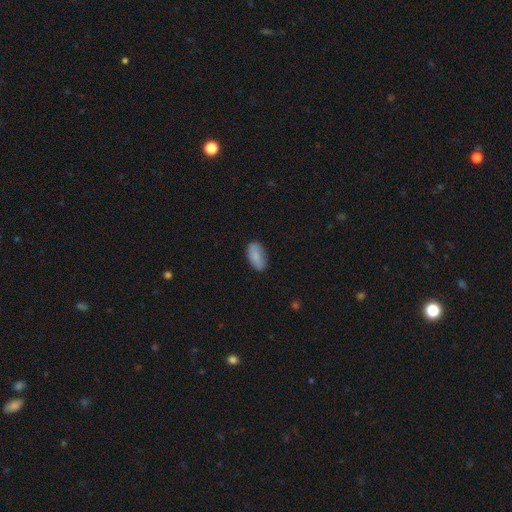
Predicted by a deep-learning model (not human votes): Morphology: type=smooth (85%); roundness=in between (93%); merging=none (81%).